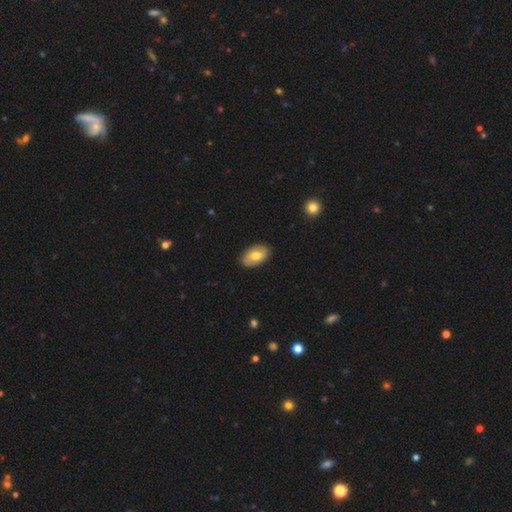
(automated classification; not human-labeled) Overall: smooth (66%; featured or disk 28%). How rounded: in between (93%). Merging: none (87%).